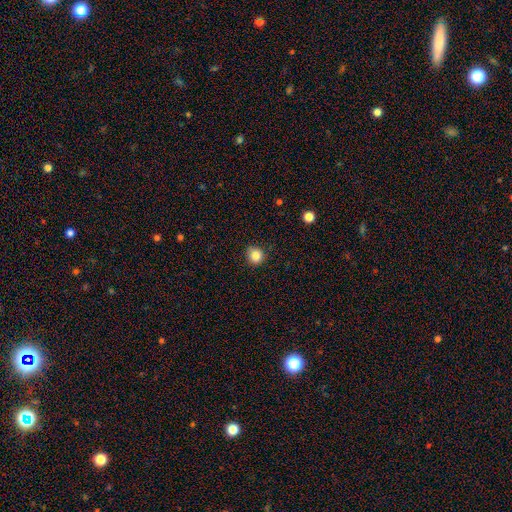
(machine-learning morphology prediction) A smooth galaxy with no disk features (84%) that is round (89%).

Vote fractions:
- Smooth or featured? smooth: 84% / star or artifact: 11% / featured or disk: 5%
- How rounded? round: 89% / in between: 10% / cigar-shaped: 1%
- Merging? none: 84% / minor disturbance: 12% / major disturbance: 2% / merger: 1%